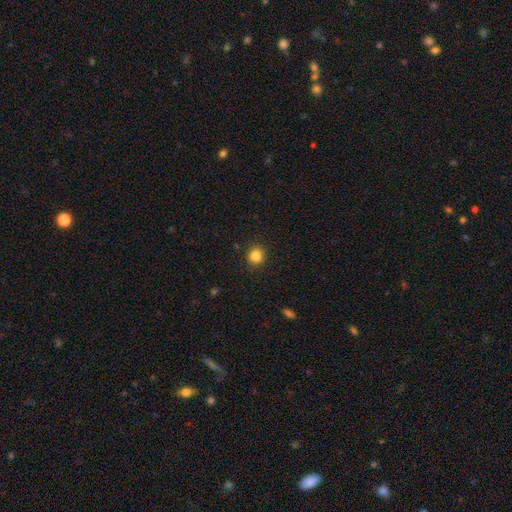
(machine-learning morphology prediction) This appears to be a smooth galaxy with no disk features (84%) that is round (80%). Merging: none (87%).